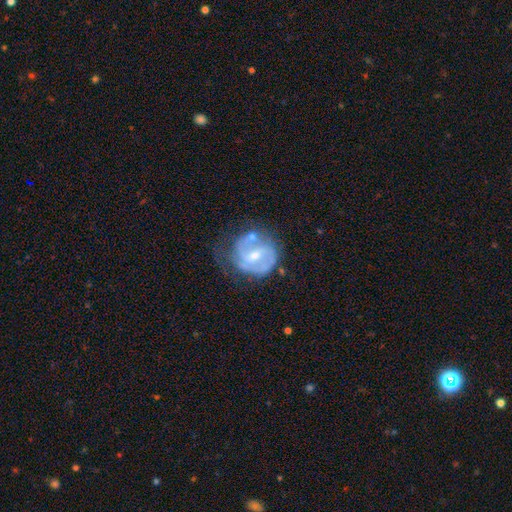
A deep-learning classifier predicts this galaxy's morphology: Smooth or featured?
  - featured or disk: 77% *
  - smooth: 17%
  - star or artifact: 6%
Edge-on disk?
  - no: 98% *
  - yes: 2%
Bar?
  - weak: 55% *
  - no: 27%
  - strong: 18%
Spiral arms?
  - yes: 85% *
  - no: 15%
Spiral winding?
  - medium: 42% * (tied)
  - tight: 42% * (tied)
  - loose: 16%
Spiral arm count?
  - 2: 59% *
  - can't tell: 21%
  - 1: 9%
  - 3: 7%
  - 4: 2%
  - more than 4: 2%
Bulge size?
  - moderate: 48% *
  - small: 47%
  - none: 2%
  - large: 2%
  - dominant: 1%
Merging?
  - none: 45% *
  - minor disturbance: 28%
  - major disturbance: 19%
  - merger: 8%